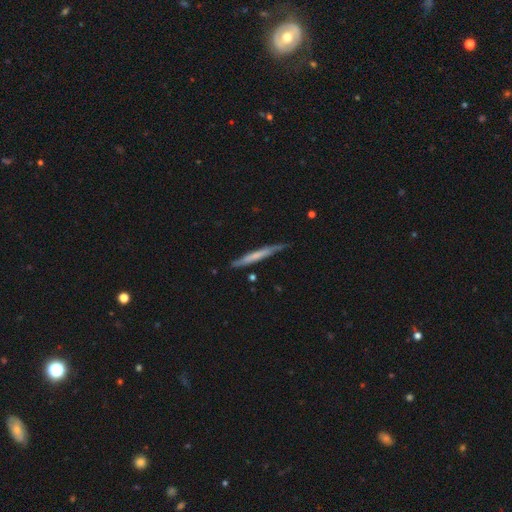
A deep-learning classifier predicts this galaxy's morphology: A smooth galaxy with no disk features (51%) that is cigar-shaped (96%).

Vote fractions:
- Smooth or featured? smooth: 51% / featured or disk: 43% / star or artifact: 5%
- How rounded? cigar-shaped: 96% / in between: 3% / round: 1%
- Merging? none: 73% / minor disturbance: 22% / major disturbance: 4% / merger: 2%